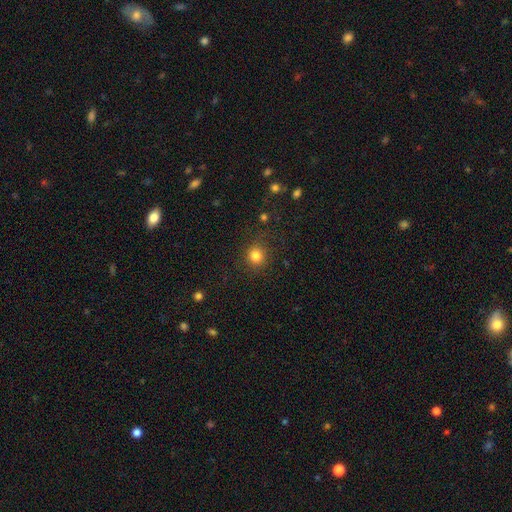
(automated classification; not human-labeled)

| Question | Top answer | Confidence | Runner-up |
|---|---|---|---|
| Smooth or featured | smooth | 82% | star or artifact (13%) |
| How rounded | round | 89% | in between (10%) |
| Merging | none | 86% | minor disturbance (9%) |